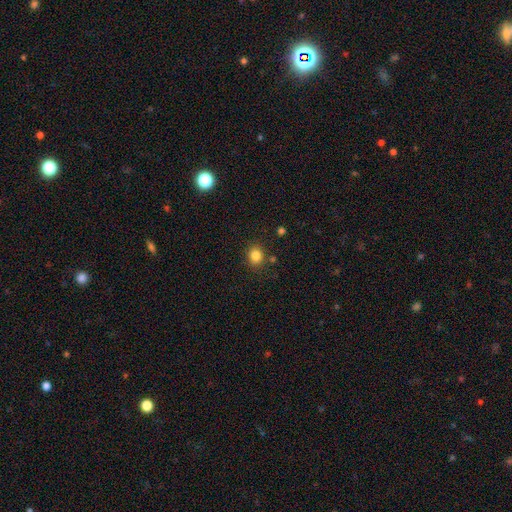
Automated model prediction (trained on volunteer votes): smooth-or-featured: smooth: 83% | star or artifact: 12% | featured or disk: 5%
  how-rounded: round: 74% | in between: 26% | cigar-shaped: 1%
  merging: none: 85% | minor disturbance: 9% | merger: 3% | major disturbance: 3%